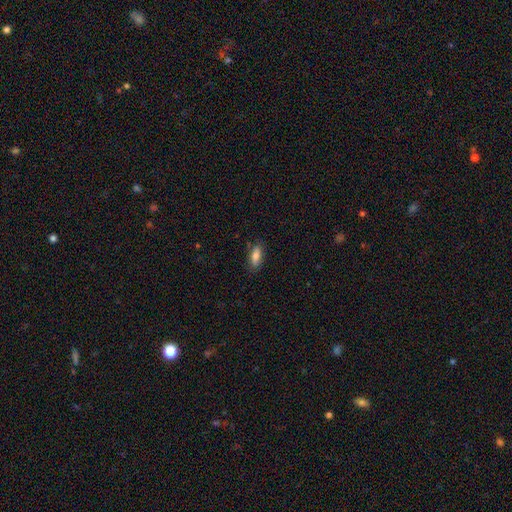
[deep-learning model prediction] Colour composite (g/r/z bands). It shows a smooth galaxy with no disk features (79%) that is in between round and cigar-shaped (72%). Merging: none (81%).